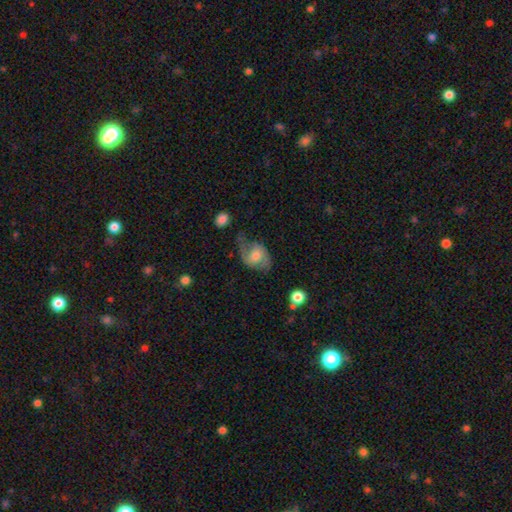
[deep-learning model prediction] Q: Smooth or featured?
A: featured or disk (59%); runner-up: smooth (34%)
Q: Edge-on disk?
A: no (96%); runner-up: yes (4%)
Q: Bar?
A: no (54%); runner-up: weak (37%)
Q: Spiral arms?
A: yes (85%); runner-up: no (15%)
Q: Bulge size?
A: moderate (56%); runner-up: small (29%)
Q: Merging?
A: none (48%); runner-up: minor disturbance (27%)